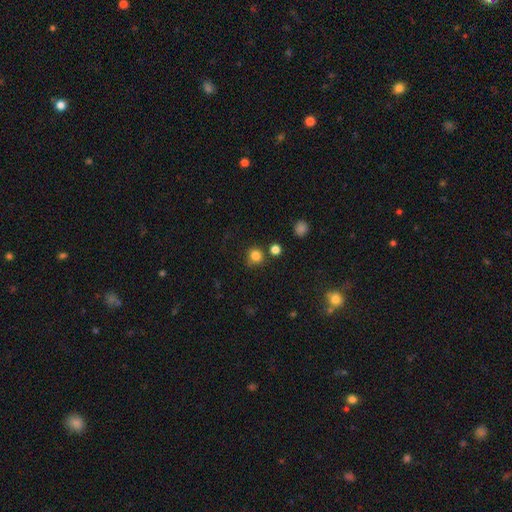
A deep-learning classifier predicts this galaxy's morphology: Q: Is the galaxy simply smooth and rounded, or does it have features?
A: smooth — 82%.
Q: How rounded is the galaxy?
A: round — 89%.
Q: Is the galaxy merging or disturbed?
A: none — 78%.